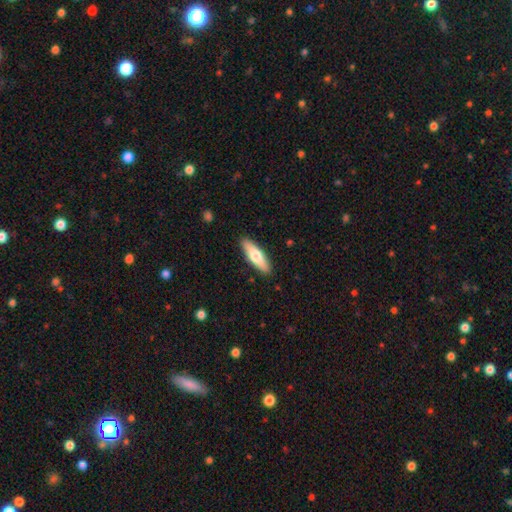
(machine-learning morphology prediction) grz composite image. It shows a smooth galaxy with no disk features (63%) that is cigar-shaped (54%). Merging: none (90%).